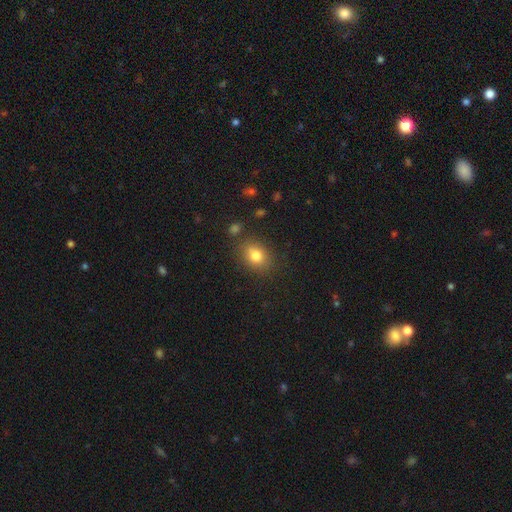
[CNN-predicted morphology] smooth 80%, star or artifact 11%, featured or disk 9%. Down the decision tree: how rounded — in between (54%); merging — none (80%).